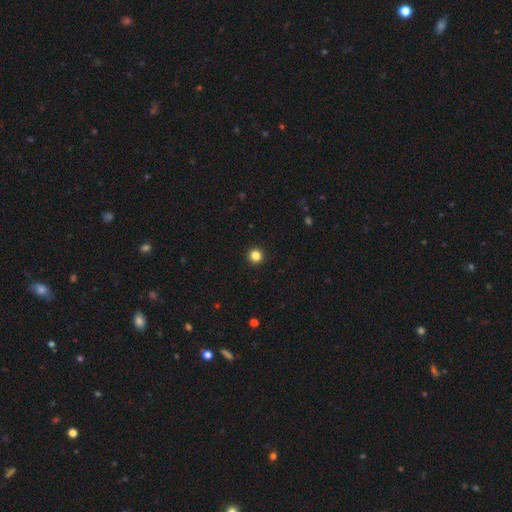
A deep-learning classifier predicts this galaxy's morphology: Smooth or featured: smooth — 84% (star or artifact — 12%)
How rounded: round — 96% (in between — 3%)
Merging: none — 94% (minor disturbance — 4%)